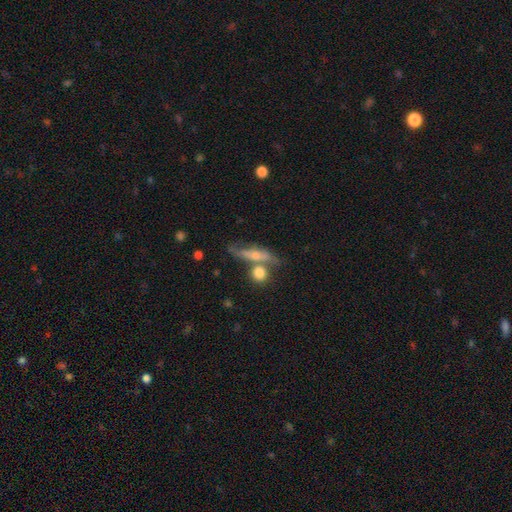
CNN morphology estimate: Smooth or featured: smooth — 46% (featured or disk — 45%)
Merging: none — 50% (merger — 24%)